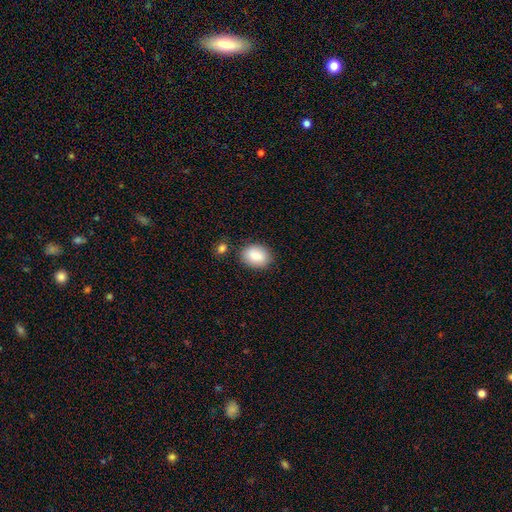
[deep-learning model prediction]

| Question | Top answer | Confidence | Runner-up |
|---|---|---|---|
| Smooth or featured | smooth | 88% | star or artifact (7%) |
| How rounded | in between | 70% | round (29%) |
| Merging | none | 80% | minor disturbance (12%) |